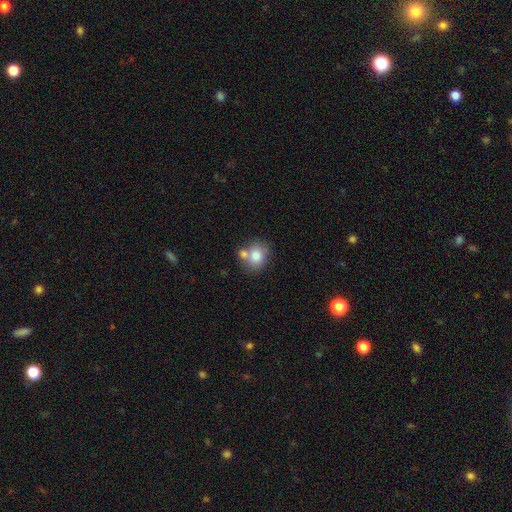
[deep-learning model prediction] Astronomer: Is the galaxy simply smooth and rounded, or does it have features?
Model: smooth — 78%.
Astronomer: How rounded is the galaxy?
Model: round — 63%.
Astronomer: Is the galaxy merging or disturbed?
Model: none — 51% (runner-up: merger, 32%).